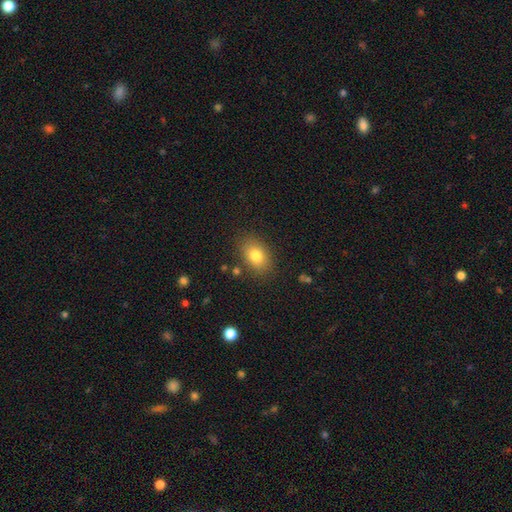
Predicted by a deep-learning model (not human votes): A smooth galaxy with no disk features (79%) that is in between round and cigar-shaped (78%). Merging: none (84%).